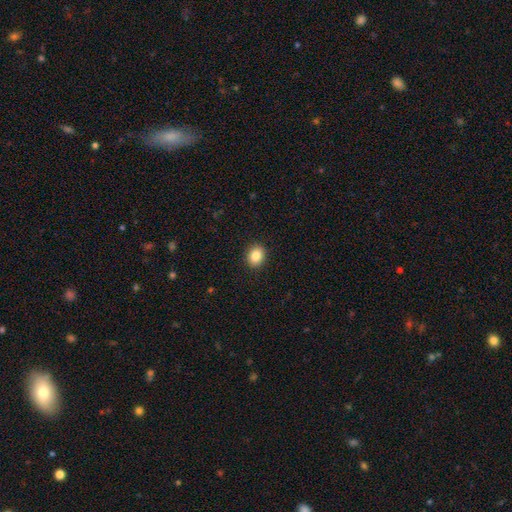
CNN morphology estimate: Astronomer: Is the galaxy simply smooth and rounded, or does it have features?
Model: smooth — 86%.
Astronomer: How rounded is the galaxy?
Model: round — 58% (runner-up: in between, 41%).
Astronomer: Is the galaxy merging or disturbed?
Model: none — 91%.